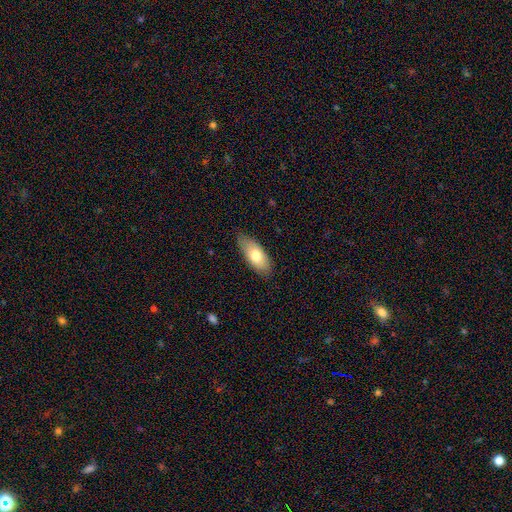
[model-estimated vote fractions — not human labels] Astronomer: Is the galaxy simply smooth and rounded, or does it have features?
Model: smooth — 73%.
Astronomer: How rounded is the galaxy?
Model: in between — 86%.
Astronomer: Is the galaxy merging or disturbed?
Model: none — 78%.